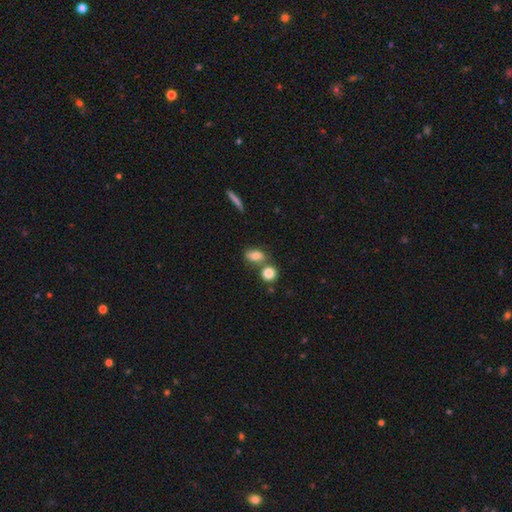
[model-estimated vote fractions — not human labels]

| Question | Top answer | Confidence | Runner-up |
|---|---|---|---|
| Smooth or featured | smooth | 79% | featured or disk (11%) |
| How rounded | in between | 70% | round (25%) |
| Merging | none | 57% | merger (28%) |